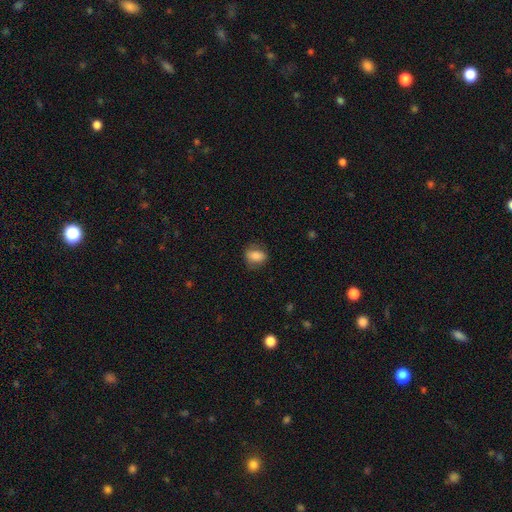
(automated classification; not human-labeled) Smooth or featured?
  - smooth: 80% *
  - featured or disk: 12%
  - star or artifact: 8%
How rounded?
  - in between: 67% *
  - round: 31%
  - cigar-shaped: 2%
Merging?
  - none: 74% *
  - minor disturbance: 19%
  - major disturbance: 6%
  - merger: 1%